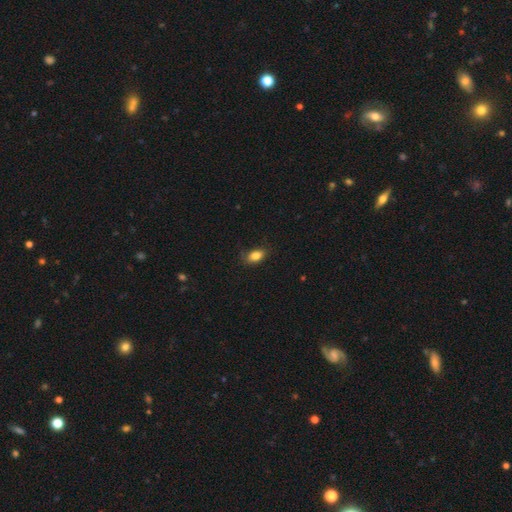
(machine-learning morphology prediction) Smooth or featured? smooth (84%)
How rounded? in between (84%)
Merging? none (75%)